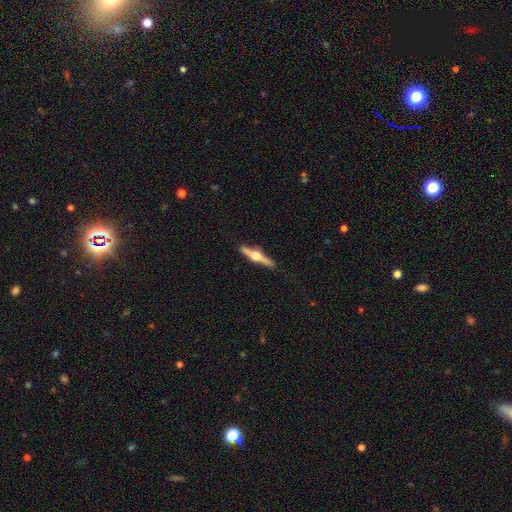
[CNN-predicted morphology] The model was most divided on "smooth or featured": featured or disk: 74%, smooth: 21%, star or artifact: 6%. More confident: edge-on disk — yes (97%); edge-on bulge — rounded (95%); merging — none (85%).